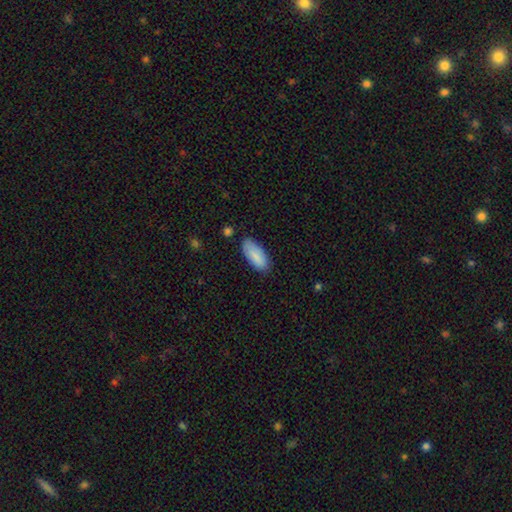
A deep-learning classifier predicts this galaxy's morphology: A smooth galaxy with no disk features (87%) that is in between round and cigar-shaped (85%).

Vote fractions:
- Smooth or featured? smooth: 87% / featured or disk: 7% / star or artifact: 6%
- How rounded? in between: 85% / cigar-shaped: 13% / round: 2%
- Merging? none: 81% / minor disturbance: 15% / major disturbance: 3% / merger: 2%